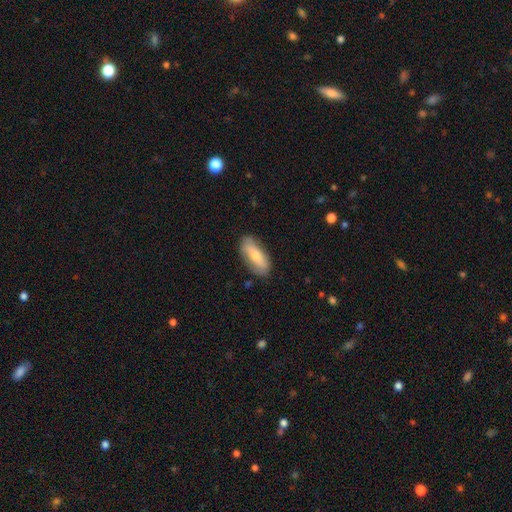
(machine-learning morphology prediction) Smooth or featured: smooth — 68% (featured or disk — 26%)
How rounded: in between — 77% (cigar-shaped — 20%)
Merging: none — 77% (minor disturbance — 17%)